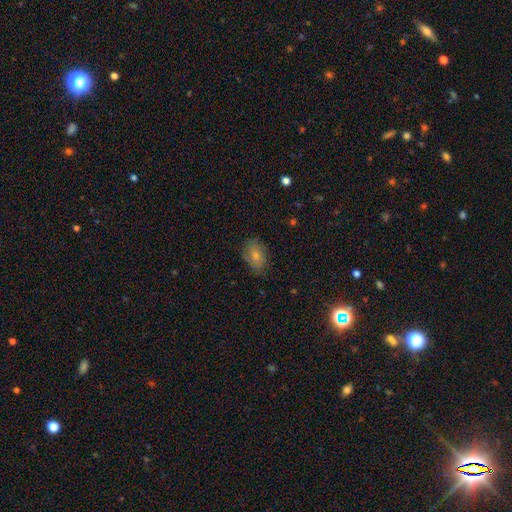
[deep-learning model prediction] A smooth galaxy with no disk features (73%) that is in between round and cigar-shaped (86%). Merging: none (74%).